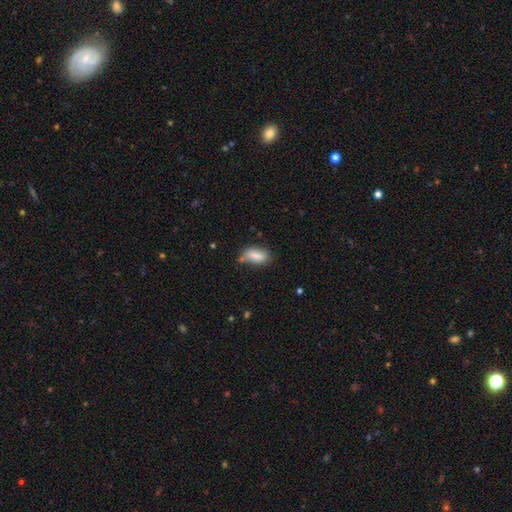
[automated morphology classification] This appears to be a smooth galaxy with no disk features (83%) that is in between round and cigar-shaped (88%). Merging: none (55%).